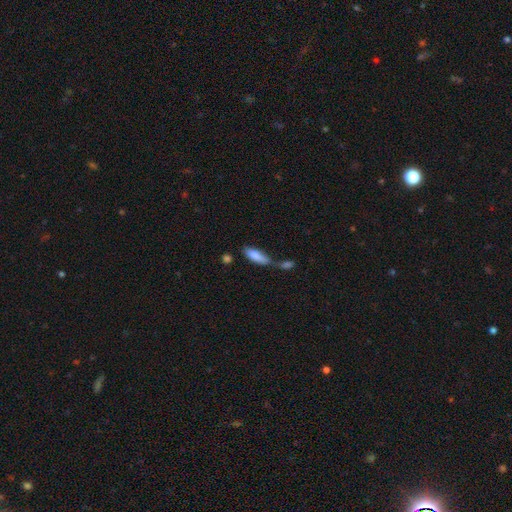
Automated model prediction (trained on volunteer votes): This is clearly a smooth galaxy (82%). How rounded: possibly in between (60%). Merging: marginally merger (40%).